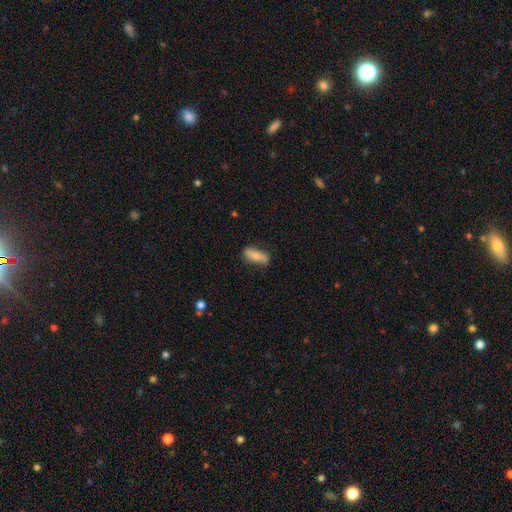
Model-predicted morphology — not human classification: This appears to be a smooth galaxy with no disk features (65%) that is in between round and cigar-shaped (63%). Merging: none (74%).